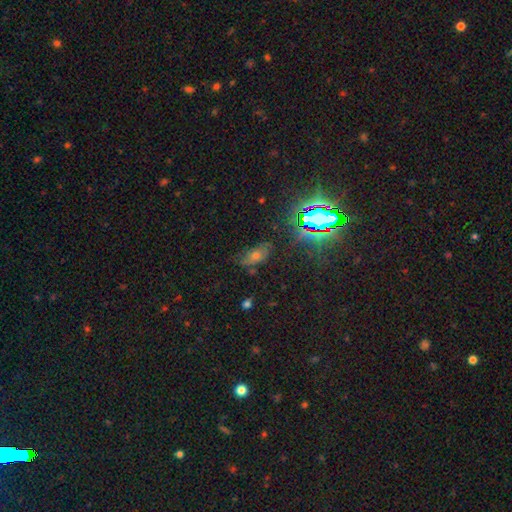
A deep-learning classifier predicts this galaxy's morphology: Smooth or featured? Predicted: star or artifact (p=0.45).